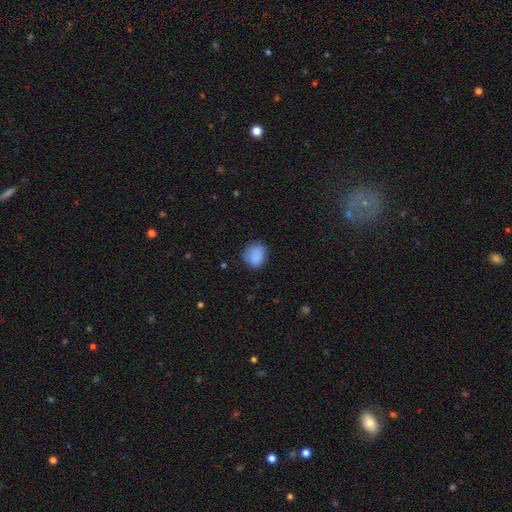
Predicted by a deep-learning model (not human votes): Smooth or featured?
  - smooth: 86% *
  - star or artifact: 9%
  - featured or disk: 5%
How rounded?
  - round: 54% *
  - in between: 45%
  - cigar-shaped: 1%
Merging?
  - none: 73% *
  - minor disturbance: 21%
  - major disturbance: 5%
  - merger: 1%